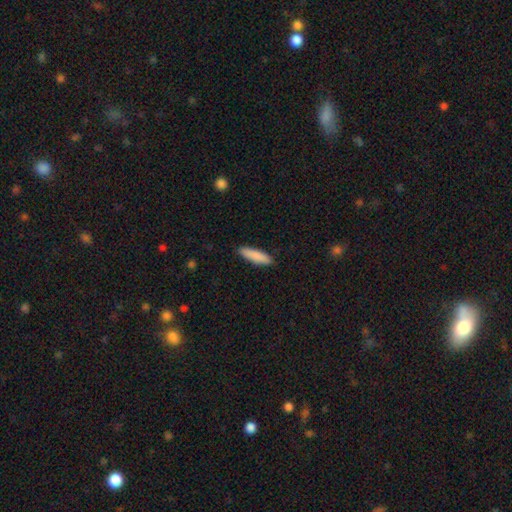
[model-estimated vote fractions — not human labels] A smooth galaxy with no disk features (88%) that is cigar-shaped (71%).

Vote fractions:
- Smooth or featured? smooth: 88% / featured or disk: 7% / star or artifact: 6%
- How rounded? cigar-shaped: 71% / in between: 28% / round: 1%
- Merging? none: 89% / minor disturbance: 8% / major disturbance: 2% / merger: 1%